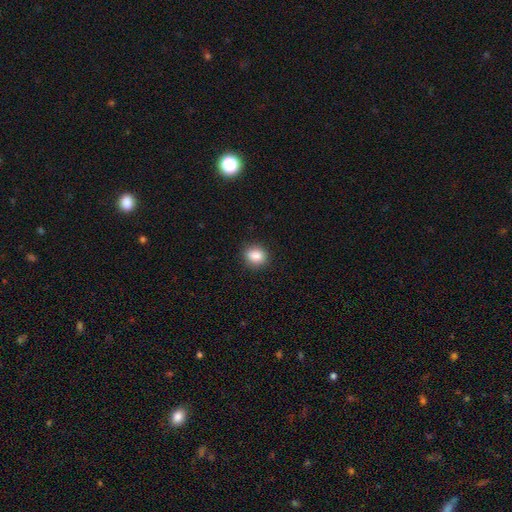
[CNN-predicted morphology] Overall: smooth (86%). How rounded: round (66%; in between 33%). Merging: none (87%).